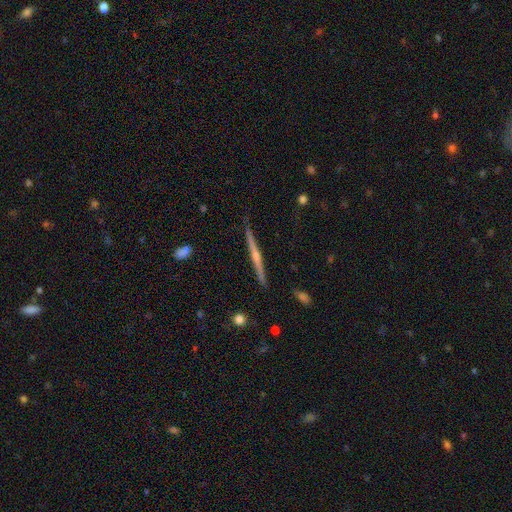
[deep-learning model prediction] A featured or disk galaxy (77%) viewed edge-on (98%) with a rounded central bulge (78%). Merging: none (89%).